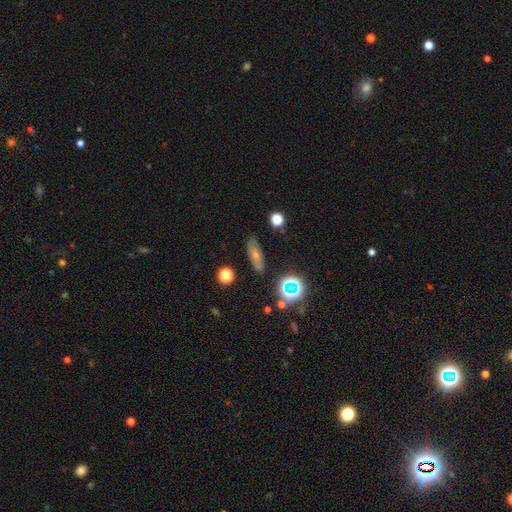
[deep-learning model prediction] This appears to be a smooth galaxy with no disk features (52%) that is in between round and cigar-shaped (58%). Merging: none (76%).